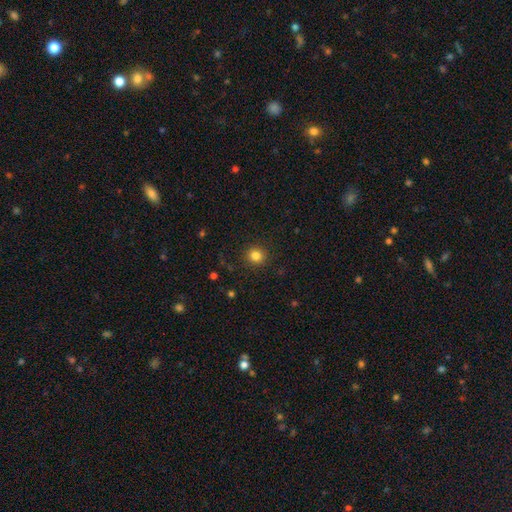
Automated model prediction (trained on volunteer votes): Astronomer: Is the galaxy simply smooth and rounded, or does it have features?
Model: smooth — 83%.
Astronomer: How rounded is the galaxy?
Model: round — 91%.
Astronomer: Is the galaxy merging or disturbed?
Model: none — 91%.